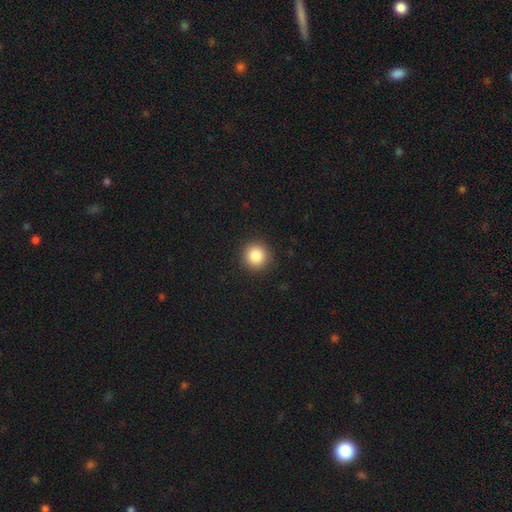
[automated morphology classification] Smooth or featured: smooth — 86% (star or artifact — 10%)
How rounded: round — 95% (in between — 4%)
Merging: none — 92% (minor disturbance — 5%)